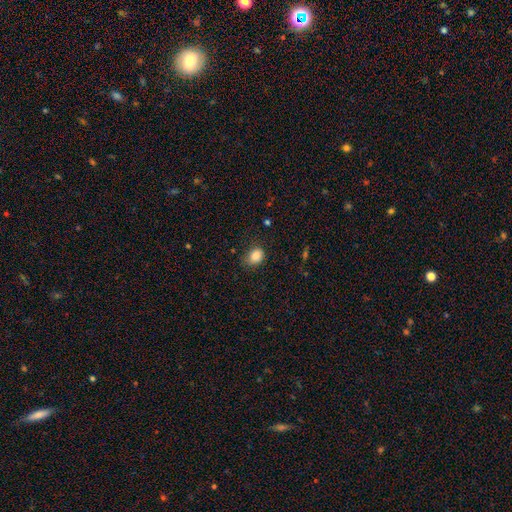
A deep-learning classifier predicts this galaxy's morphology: smooth 86%, star or artifact 9%, featured or disk 5%. Down the decision tree: how rounded — in between (59%); merging — none (64%).